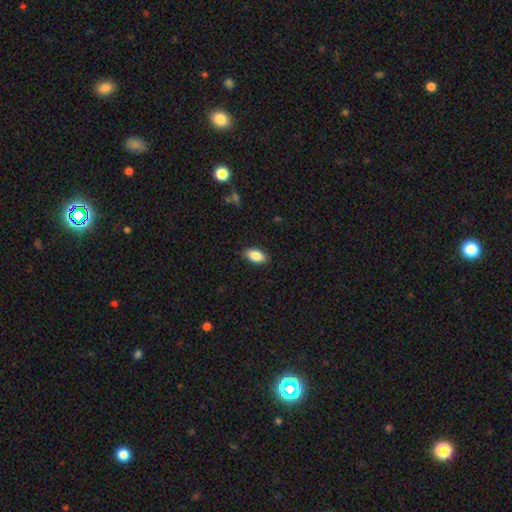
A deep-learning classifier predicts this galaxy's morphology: This is clearly a smooth galaxy (84%). How rounded: clearly in between (90%). Merging: clearly none (85%).